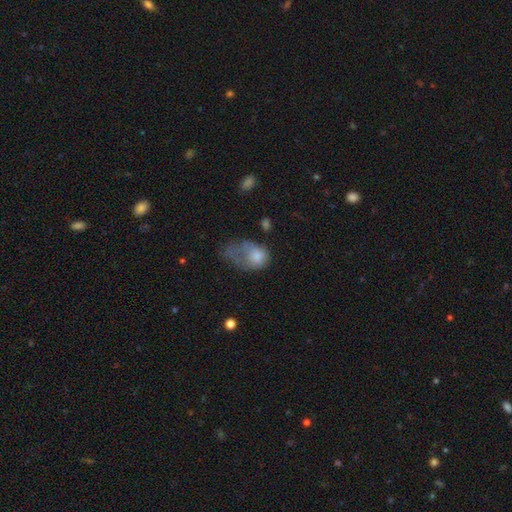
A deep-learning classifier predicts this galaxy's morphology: smooth 68%, featured or disk 23%, star or artifact 9%. Down the decision tree: how rounded — in between (69%); merging — major disturbance (59%).